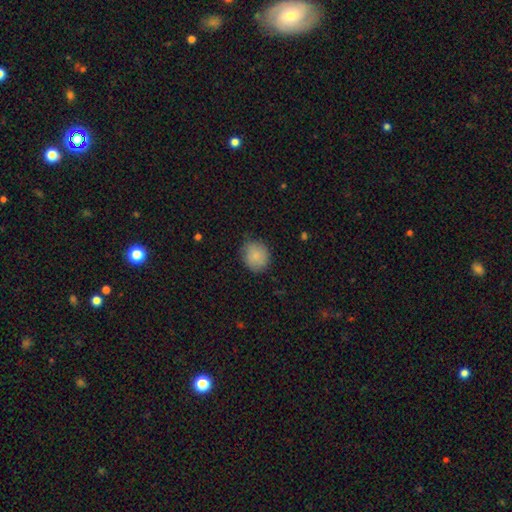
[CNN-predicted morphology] type=smooth (85%); roundness=round (78%); merging=none (78%).